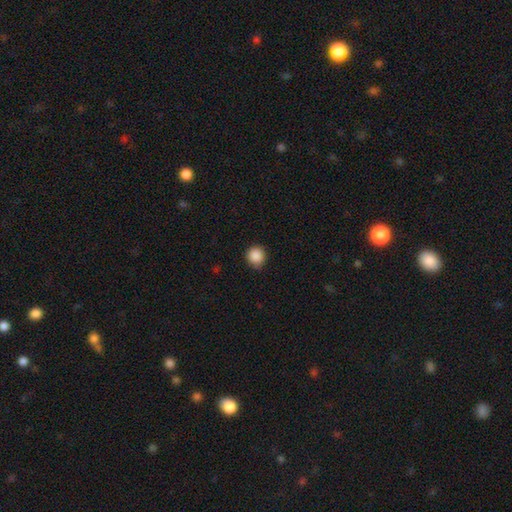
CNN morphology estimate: Q: Smooth or featured?
A: smooth (88%); runner-up: star or artifact (9%)
Q: How rounded?
A: round (92%); runner-up: in between (7%)
Q: Merging?
A: none (83%); runner-up: minor disturbance (13%)